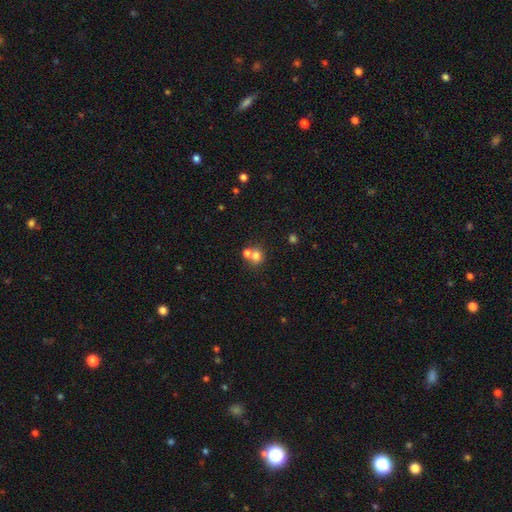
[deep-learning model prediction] smooth-or-featured: smooth: 72% | featured or disk: 14% | star or artifact: 14%
  how-rounded: round: 79% | in between: 20% | cigar-shaped: 1%
  merging: merger: 49% | none: 42% | minor disturbance: 7% | major disturbance: 3%